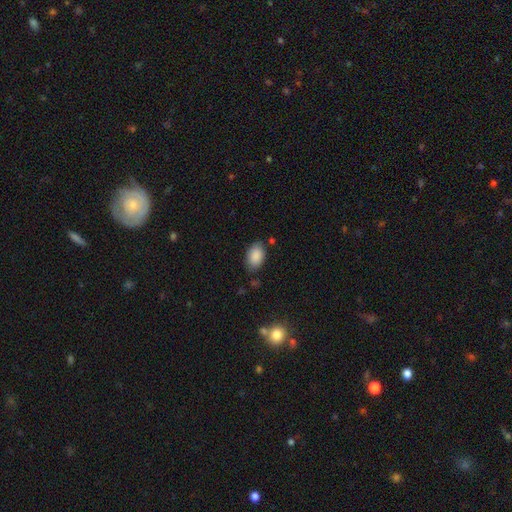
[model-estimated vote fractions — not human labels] A smooth galaxy with no disk features (88%) that is in between round and cigar-shaped (89%). Merging: none (78%).